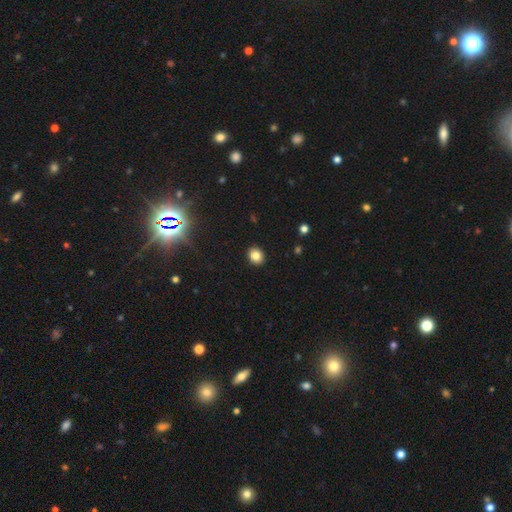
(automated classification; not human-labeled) The model was most divided on "how rounded": round: 69%, in between: 30%, cigar-shaped: 1%. More confident: merging — none (91%); smooth or featured — smooth (82%).